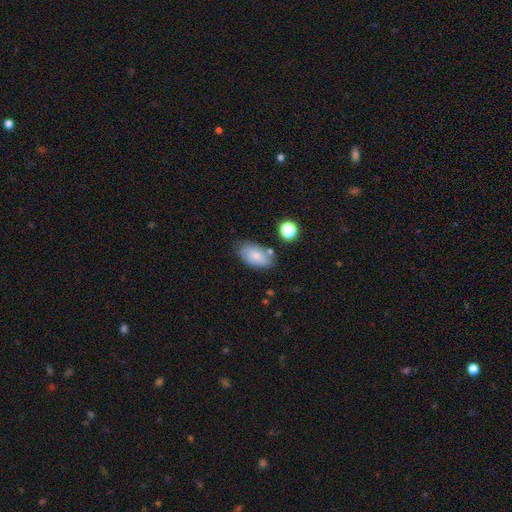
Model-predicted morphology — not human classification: This appears to be a smooth galaxy with no disk features (71%) that is in between round and cigar-shaped (92%). Merging: none (66%).